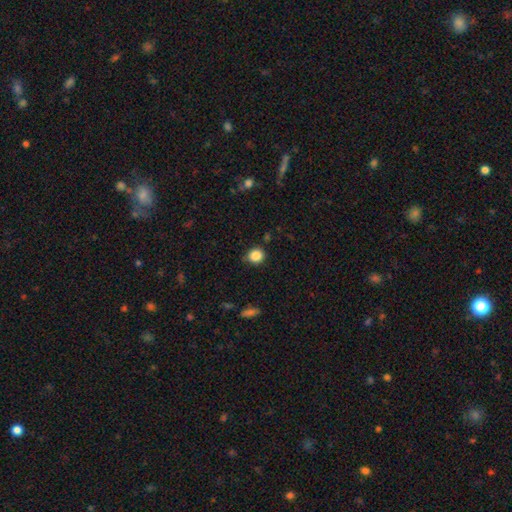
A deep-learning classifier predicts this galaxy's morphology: Smooth or featured? smooth (86%)
How rounded? round (86%)
Merging? none (81%)